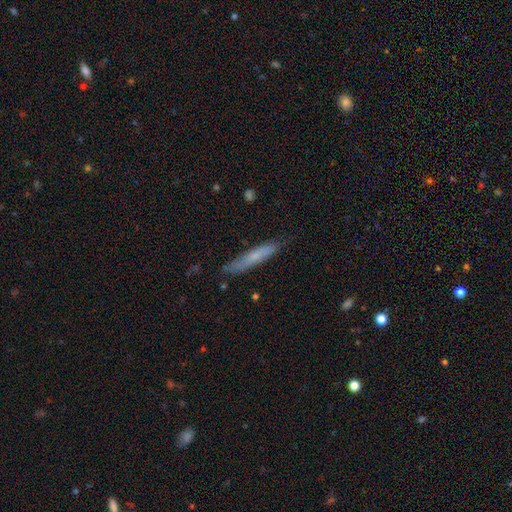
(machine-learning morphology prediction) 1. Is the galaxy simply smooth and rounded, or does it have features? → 65% smooth, 28% featured or disk, 6% star or artifact.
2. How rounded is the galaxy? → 93% cigar-shaped, 6% in between, 1% round.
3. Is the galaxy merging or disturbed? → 81% none, 15% minor disturbance, 2% major disturbance, 2% merger.